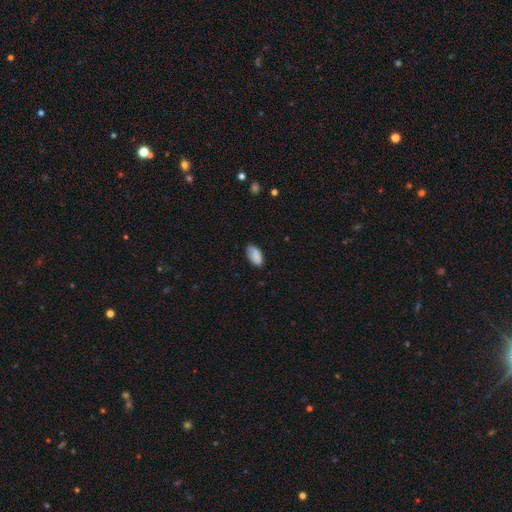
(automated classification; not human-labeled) This is clearly a smooth galaxy (85%). How rounded: clearly in between (94%). Merging: likely none (73%).